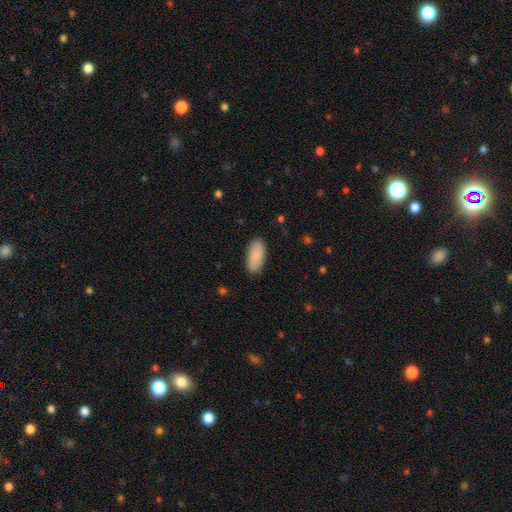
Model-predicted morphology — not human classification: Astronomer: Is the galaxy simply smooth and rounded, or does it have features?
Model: smooth — 89%.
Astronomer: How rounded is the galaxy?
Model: in between — 90%.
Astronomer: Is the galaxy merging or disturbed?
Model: none — 87%.